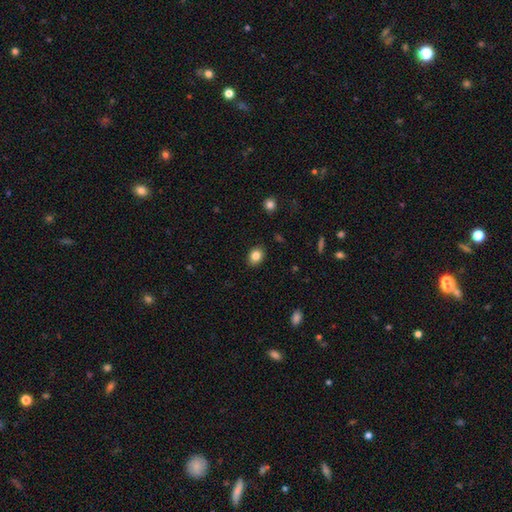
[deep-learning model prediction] A smooth galaxy with no disk features (84%) that is in between round and cigar-shaped (57%). Merging: none (88%).